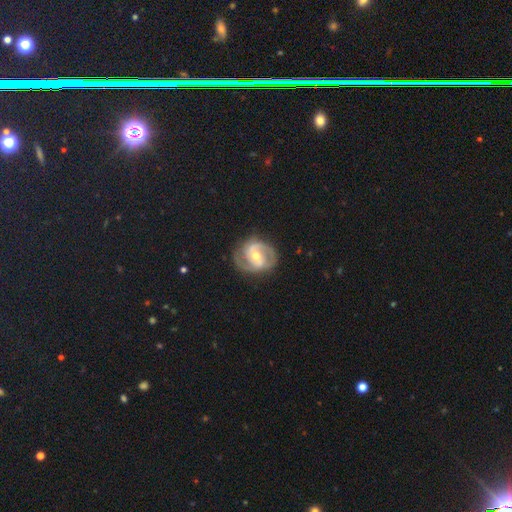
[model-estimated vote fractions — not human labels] A featured or disk galaxy (85%) with a weak bar (42%), 2 (87%) medium (50%) spiral arms (94%) and a moderate central bulge (66%). Merging: none (79%).